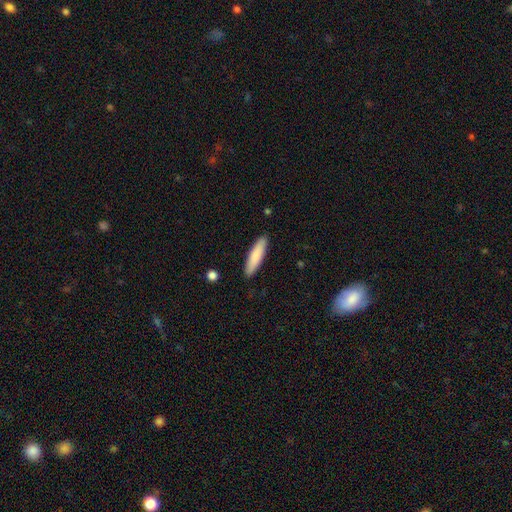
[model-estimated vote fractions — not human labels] Smooth or featured? Predicted: smooth (p=0.83). How rounded? Predicted: cigar-shaped (p=0.78). Merging? Predicted: none (p=0.89).